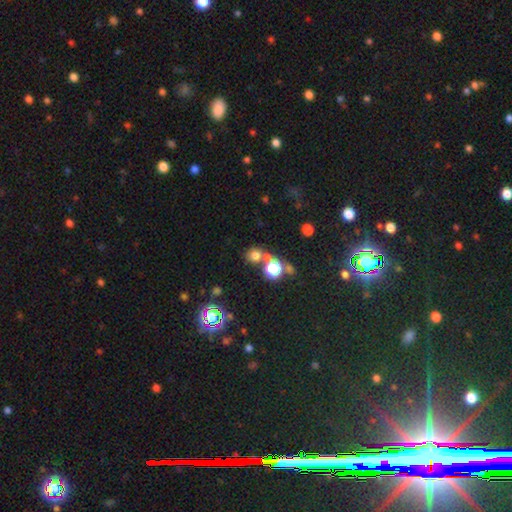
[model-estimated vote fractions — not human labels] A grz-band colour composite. It shows a smooth galaxy with no disk features (67%) that is round (86%). Merging: none (62%).